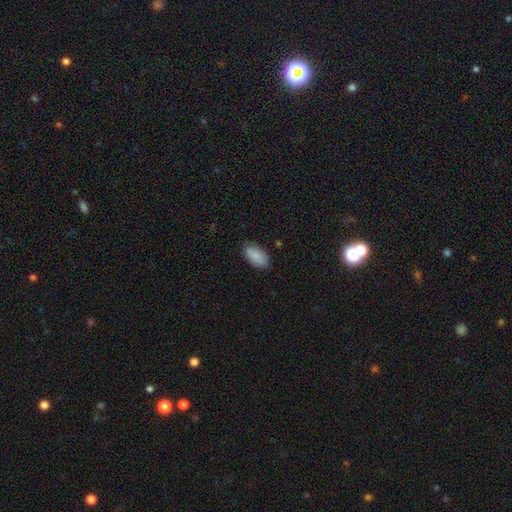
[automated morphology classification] Smooth or featured? Predicted: smooth (p=0.87). How rounded? Predicted: in between (p=0.94). Merging? Predicted: none (p=0.84).